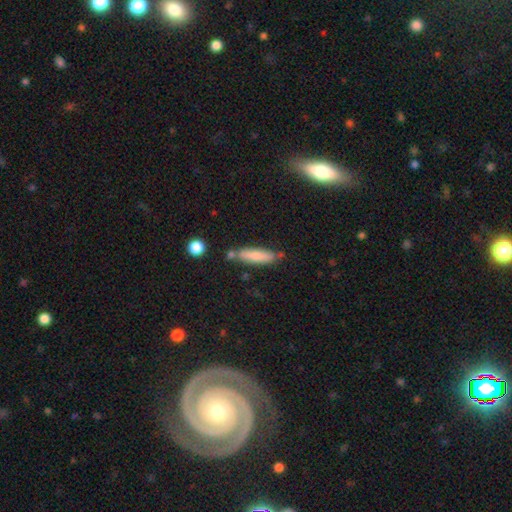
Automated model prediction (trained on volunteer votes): Smooth or featured? smooth (79%)
How rounded? cigar-shaped (72%)
Merging? none (68%)